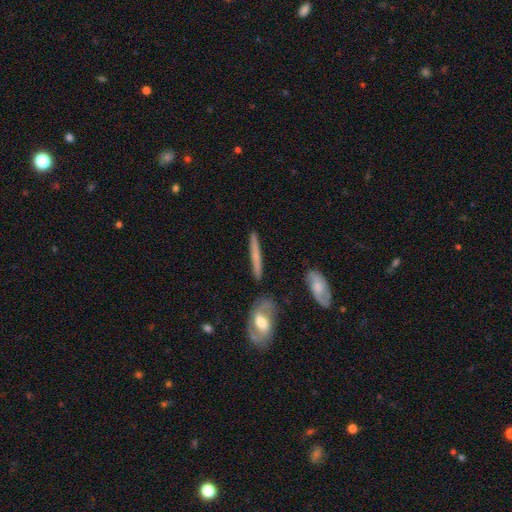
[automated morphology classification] Overall: smooth (49%; featured or disk 44%). Merging: none (85%).